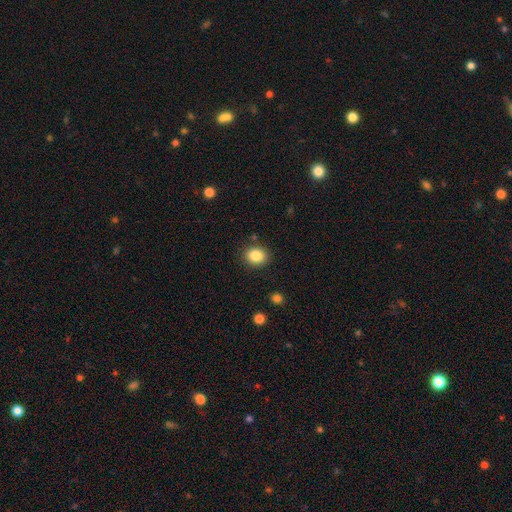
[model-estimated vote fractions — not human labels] Smooth or featured: smooth — 86% (star or artifact — 9%)
How rounded: round — 62% (in between — 37%)
Merging: none — 87% (minor disturbance — 8%)